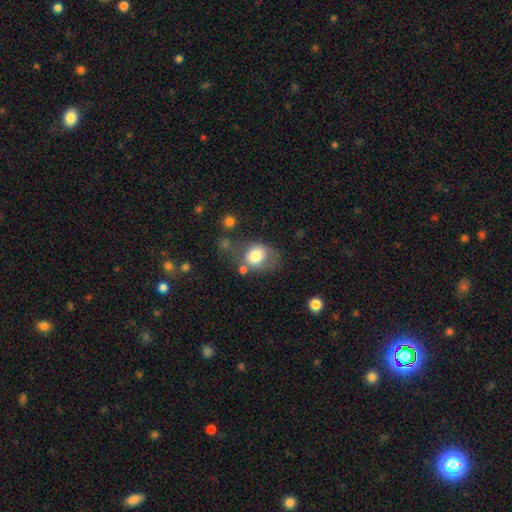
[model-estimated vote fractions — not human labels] Morphology: type=smooth (76%); roundness=round (53%); merging=none (47%).